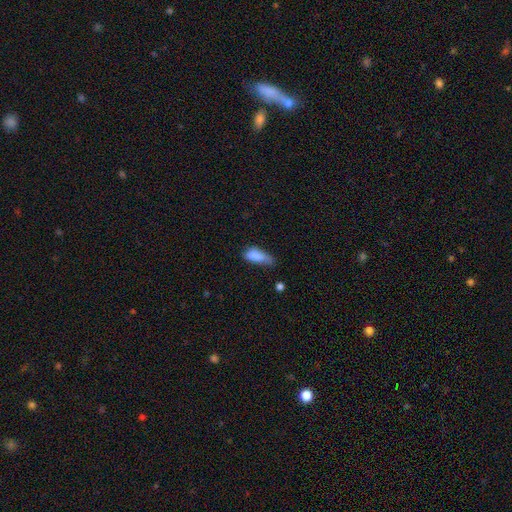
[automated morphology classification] Overall: smooth (82%). How rounded: in between (76%). Merging: minor disturbance (44%; none 32%).